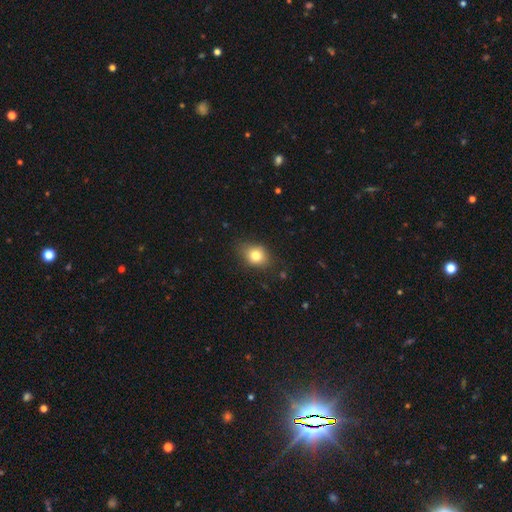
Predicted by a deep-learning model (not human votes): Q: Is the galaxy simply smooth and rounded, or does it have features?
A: smooth — 79%.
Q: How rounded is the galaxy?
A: in between — 53%.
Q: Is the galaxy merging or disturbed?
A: none — 78%.